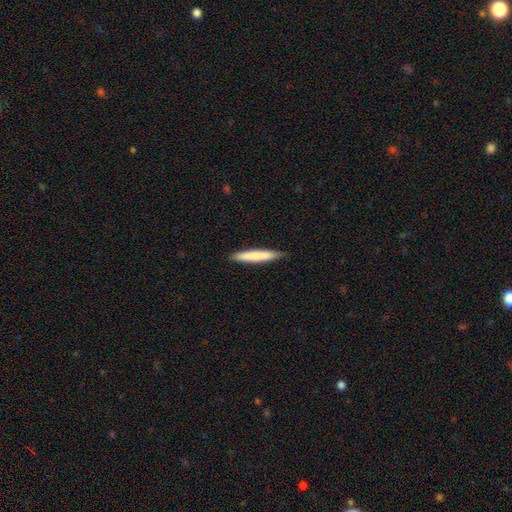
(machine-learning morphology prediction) smooth-or-featured: smooth: 74% | featured or disk: 20% | star or artifact: 5%
  how-rounded: cigar-shaped: 94% | in between: 5% | round: 1%
  merging: none: 87% | minor disturbance: 11% | major disturbance: 2% | merger: 1%